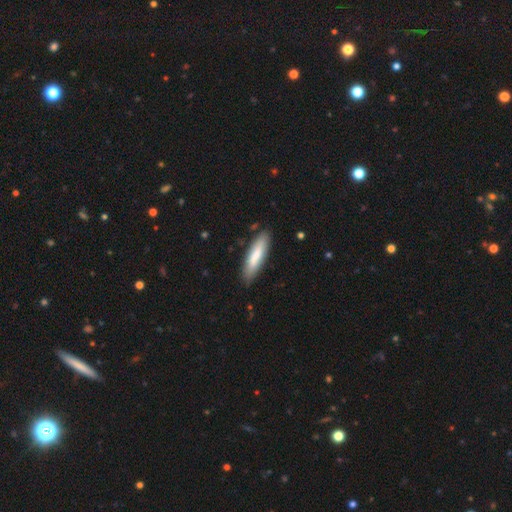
Smooth or featured? 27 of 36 (75%) said smooth. How rounded? 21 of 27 (78%) said cigar-shaped. Merging? 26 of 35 (74%) said none.